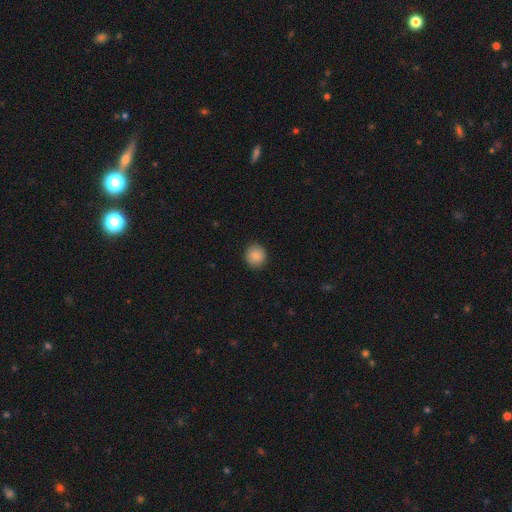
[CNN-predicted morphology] Smooth or featured?
  - smooth: 86% *
  - star or artifact: 8%
  - featured or disk: 6%
How rounded?
  - round: 86% *
  - in between: 14%
  - cigar-shaped: 1%
Merging?
  - none: 90% *
  - minor disturbance: 7%
  - major disturbance: 2%
  - merger: 1%